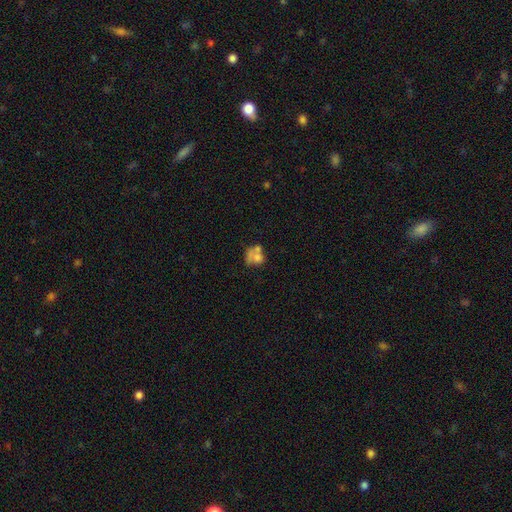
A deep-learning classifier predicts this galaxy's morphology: Smooth or featured: smooth — 58% (featured or disk — 30%)
How rounded: round — 56% (in between — 43%)
Merging: merger — 43% (none — 26%)